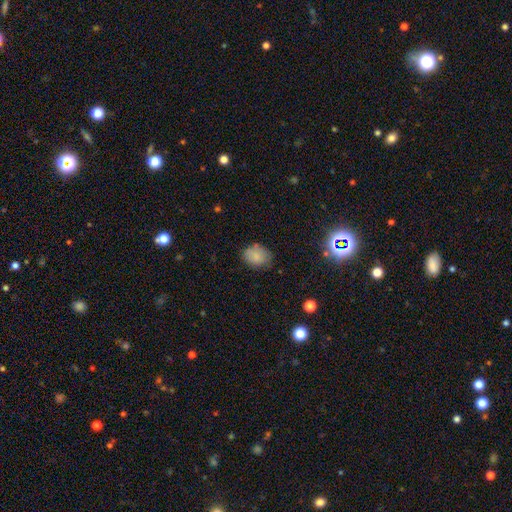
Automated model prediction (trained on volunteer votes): This appears to be a smooth galaxy with no disk features (82%) that is in between round and cigar-shaped (68%). Merging: none (72%).